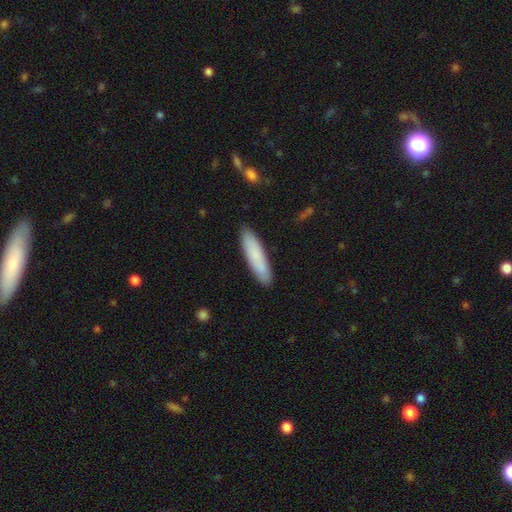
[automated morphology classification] This appears to be a smooth galaxy with no disk features (82%) that is cigar-shaped (75%). Merging: none (89%).